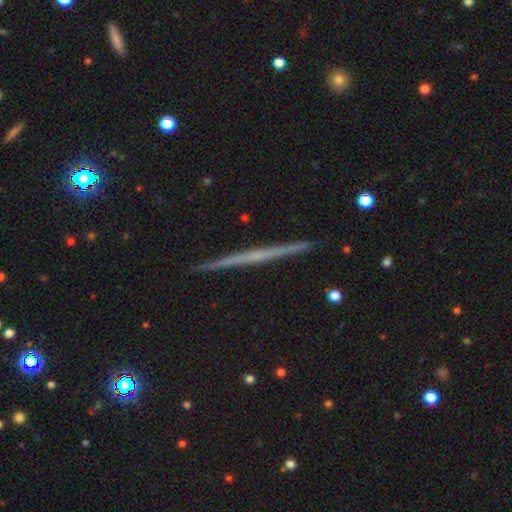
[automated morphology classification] Q: Smooth or featured?
A: featured or disk (68%); runner-up: smooth (24%)
Q: Edge-on disk?
A: yes (98%); runner-up: no (2%)
Q: Edge-on bulge?
A: none (79%); runner-up: rounded (15%)
Q: Merging?
A: none (93%); runner-up: minor disturbance (5%)